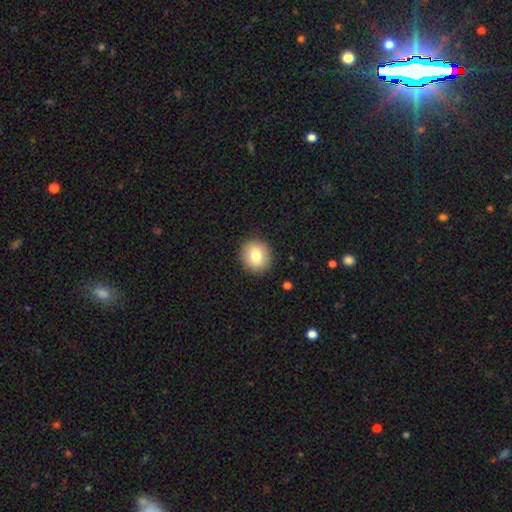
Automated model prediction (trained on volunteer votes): Morphology: type=smooth (80%); roundness=round (85%); merging=none (91%).